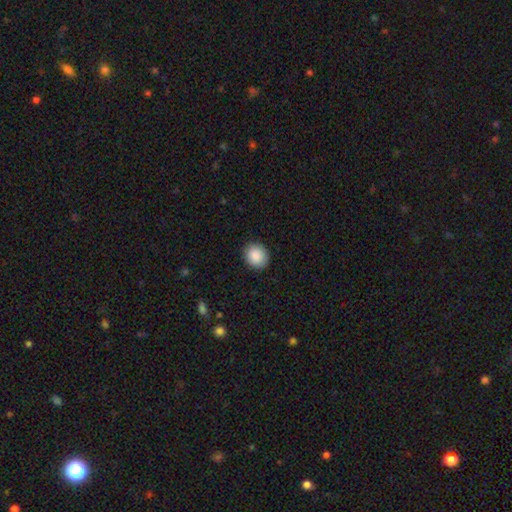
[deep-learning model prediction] Q: Smooth or featured?
A: smooth (88%); runner-up: star or artifact (8%)
Q: How rounded?
A: round (74%); runner-up: in between (25%)
Q: Merging?
A: none (90%); runner-up: minor disturbance (7%)